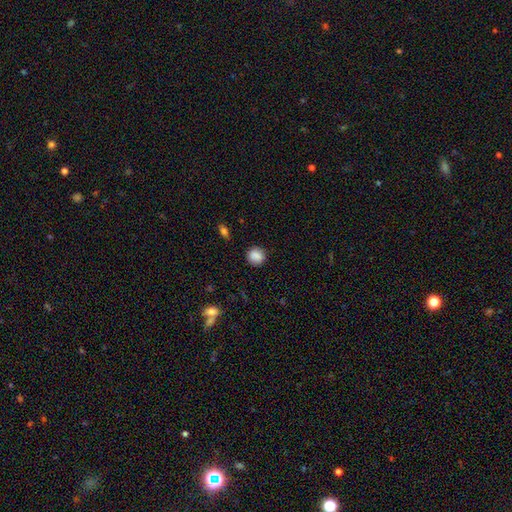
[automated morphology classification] A smooth galaxy with no disk features (87%) that is round (83%).

Vote fractions:
- Smooth or featured? smooth: 87% / star or artifact: 9% / featured or disk: 5%
- How rounded? round: 83% / in between: 16% / cigar-shaped: 1%
- Merging? none: 87% / minor disturbance: 9% / major disturbance: 3% / merger: 1%